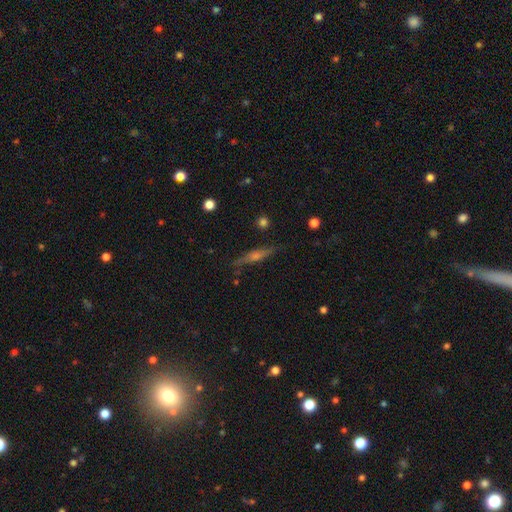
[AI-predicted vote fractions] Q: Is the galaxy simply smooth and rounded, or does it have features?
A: featured or disk — 64%.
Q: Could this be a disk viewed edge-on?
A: yes — 94%.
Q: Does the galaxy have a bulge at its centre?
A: rounded — 79%.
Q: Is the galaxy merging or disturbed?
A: none — 82%.